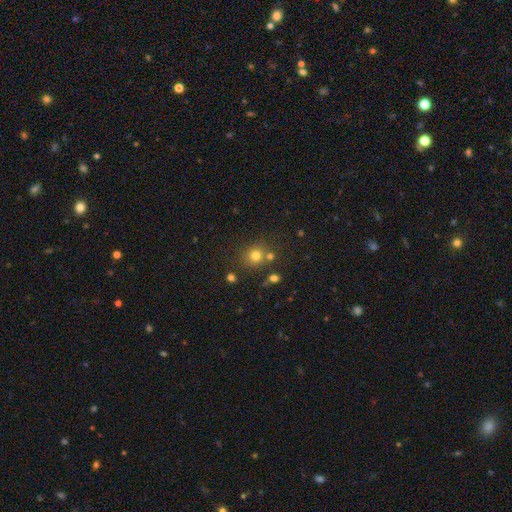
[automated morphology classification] Smooth or featured: smooth — 75% (star or artifact — 17%)
How rounded: round — 85% (in between — 14%)
Merging: none — 72% (merger — 14%)